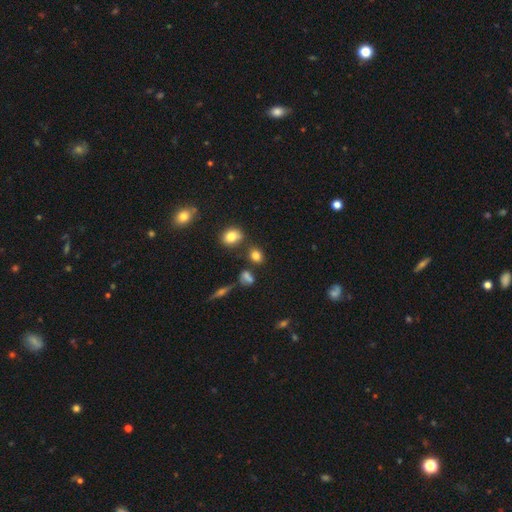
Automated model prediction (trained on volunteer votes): A smooth galaxy with no disk features (78%) that is in between round and cigar-shaped (50%).

Vote fractions:
- Smooth or featured? smooth: 78% / star or artifact: 14% / featured or disk: 8%
- How rounded? in between: 50% / round: 48% / cigar-shaped: 2%
- Merging? none: 71% / minor disturbance: 13% / merger: 12% / major disturbance: 5%